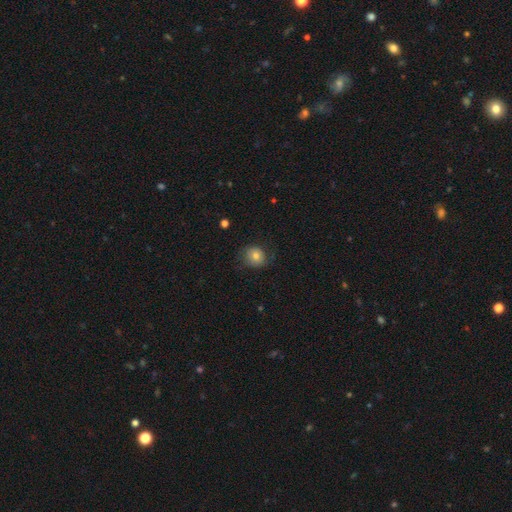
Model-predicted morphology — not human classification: Smooth or featured?
  - smooth: 74% *
  - featured or disk: 16%
  - star or artifact: 10%
How rounded?
  - round: 80% *
  - in between: 19%
  - cigar-shaped: 1%
Merging?
  - none: 71% *
  - minor disturbance: 19%
  - major disturbance: 9%
  - merger: 1%